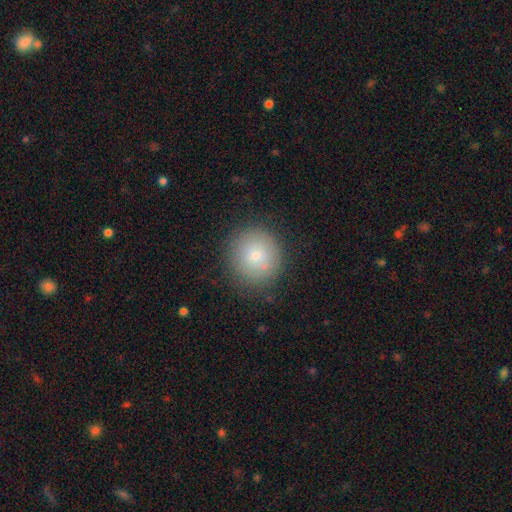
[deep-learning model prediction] Smooth or featured? Predicted: smooth (p=0.74). How rounded? Predicted: round (p=0.89). Merging? Predicted: none (p=0.85).